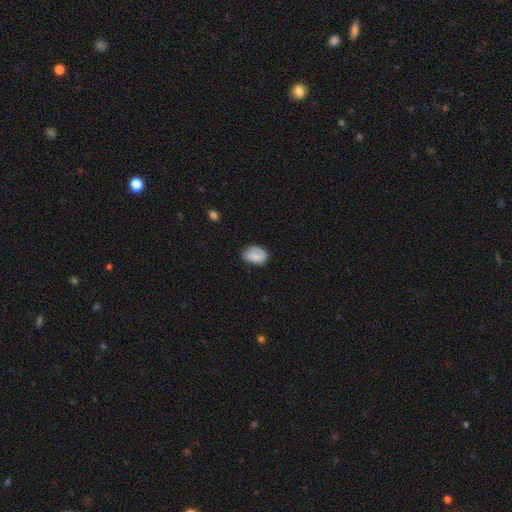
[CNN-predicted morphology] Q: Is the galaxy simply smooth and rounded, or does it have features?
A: smooth — 74%.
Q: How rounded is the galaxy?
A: in between — 79%.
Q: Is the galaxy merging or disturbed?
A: none — 64%.